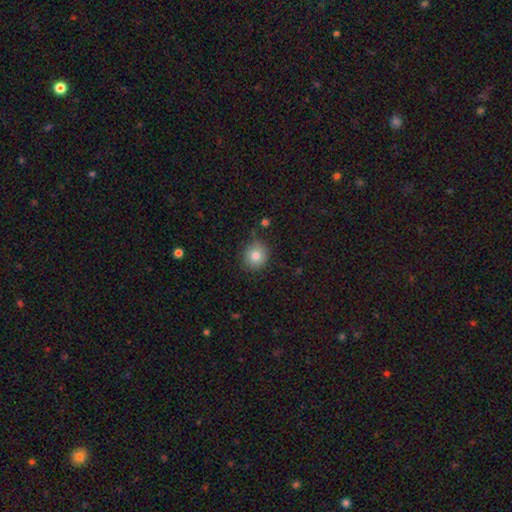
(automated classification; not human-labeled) The model was most divided on "merging": none: 80%, minor disturbance: 15%, major disturbance: 3%, merger: 2%. More confident: how rounded — round (84%); smooth or featured — smooth (80%).